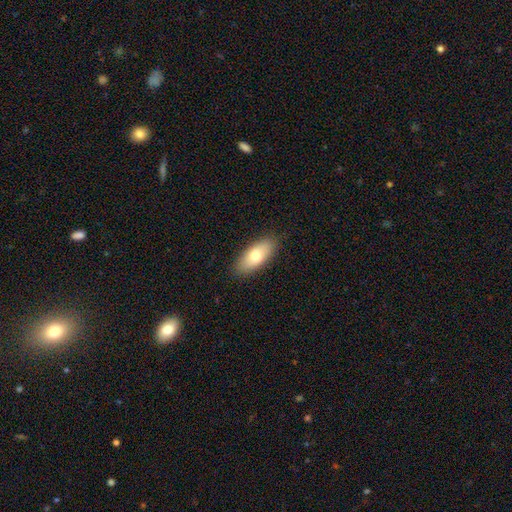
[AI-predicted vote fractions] A smooth galaxy with no disk features (73%) that is in between round and cigar-shaped (82%).

Vote fractions:
- Smooth or featured? smooth: 73% / featured or disk: 21% / star or artifact: 6%
- How rounded? in between: 82% / cigar-shaped: 15% / round: 3%
- Merging? none: 88% / minor disturbance: 9% / major disturbance: 2% / merger: 1%